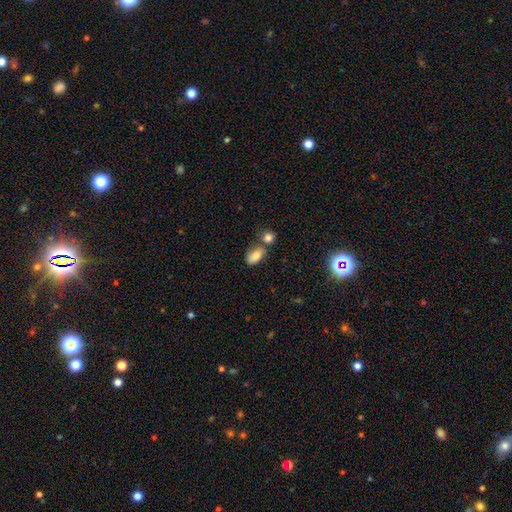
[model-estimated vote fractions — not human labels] Morphology: type=smooth (77%); roundness=in between (87%); merging=none (47%).